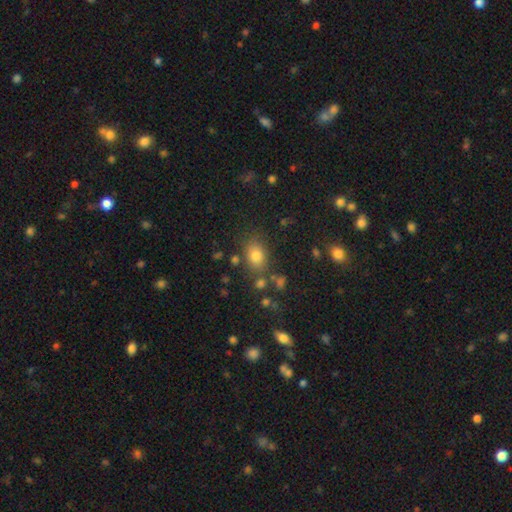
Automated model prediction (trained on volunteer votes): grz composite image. It shows a smooth galaxy with no disk features (77%) that is in between round and cigar-shaped (70%). Merging: none (76%).